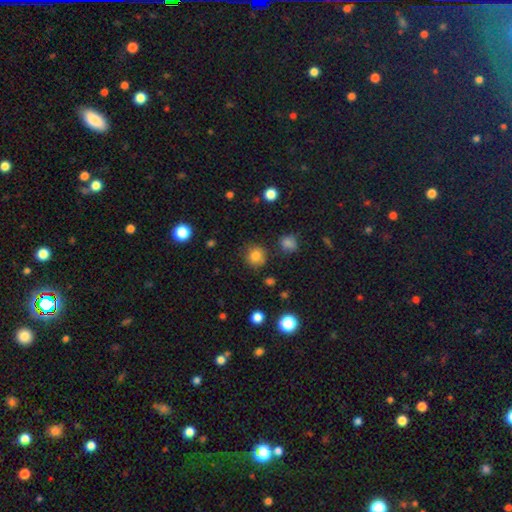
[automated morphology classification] smooth-or-featured: smooth: 82% | star or artifact: 12% | featured or disk: 6%
  how-rounded: round: 91% | in between: 8% | cigar-shaped: 1%
  merging: none: 85% | minor disturbance: 10% | major disturbance: 3% | merger: 3%